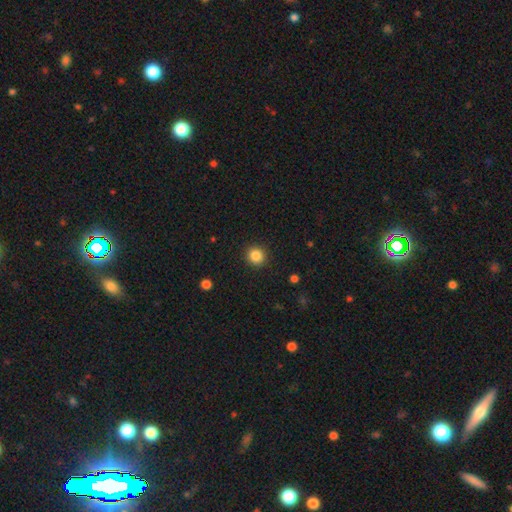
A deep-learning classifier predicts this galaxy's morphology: Smooth or featured? smooth (85%)
How rounded? round (91%)
Merging? none (92%)